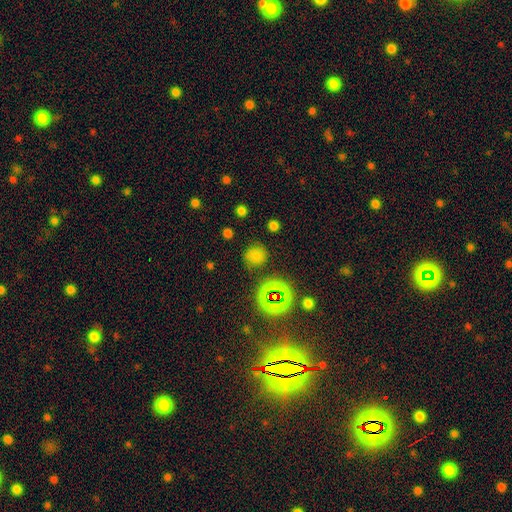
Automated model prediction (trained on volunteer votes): smooth-or-featured: smooth: 63% | star or artifact: 30% | featured or disk: 8%
  how-rounded: round: 84% | in between: 15% | cigar-shaped: 1%
  merging: none: 77% | minor disturbance: 15% | major disturbance: 6% | merger: 3%